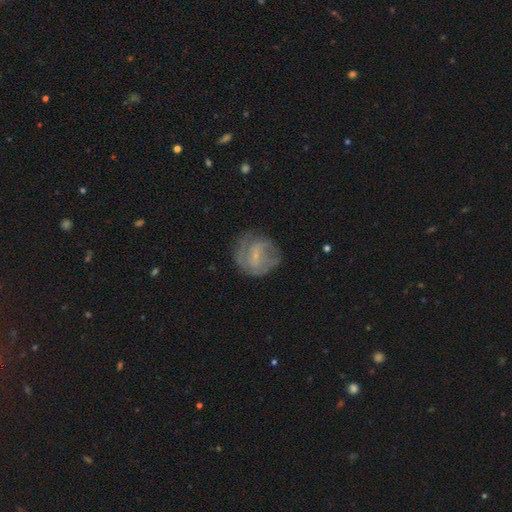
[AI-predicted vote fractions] smooth-or-featured: featured or disk: 66% | smooth: 27% | star or artifact: 8%
  disk-edge-on: no: 97% | yes: 3%
    bar: weak: 47% | no: 40% | strong: 13%
    has-spiral-arms: yes: 77% | no: 23%
    bulge-size: small: 73% | moderate: 13% | none: 12% | large: 1% | dominant: 1%
  merging: none: 62% | minor disturbance: 21% | major disturbance: 15% | merger: 2%